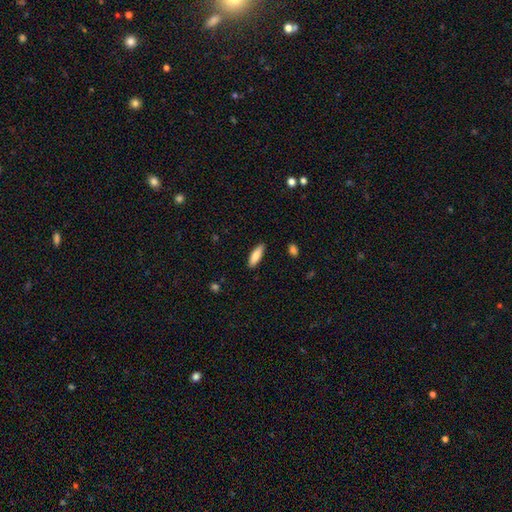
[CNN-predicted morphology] A smooth galaxy with no disk features (84%) that is in between round and cigar-shaped (51%). Merging: none (87%).